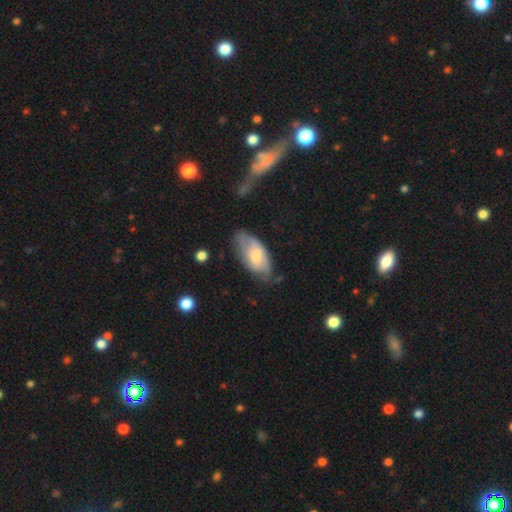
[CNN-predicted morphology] Smooth or featured?
  - smooth: 57% *
  - featured or disk: 37%
  - star or artifact: 7%
How rounded?
  - in between: 92% *
  - cigar-shaped: 6%
  - round: 3%
Merging?
  - none: 48% *
  - minor disturbance: 35%
  - major disturbance: 14%
  - merger: 3%